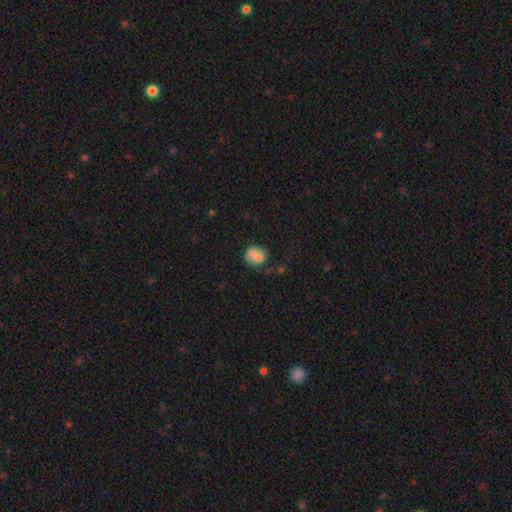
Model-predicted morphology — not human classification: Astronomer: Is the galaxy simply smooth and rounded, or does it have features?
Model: smooth — 72%.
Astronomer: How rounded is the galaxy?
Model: round — 70%.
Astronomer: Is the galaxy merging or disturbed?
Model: merger — 41% (runner-up: none, 36%).